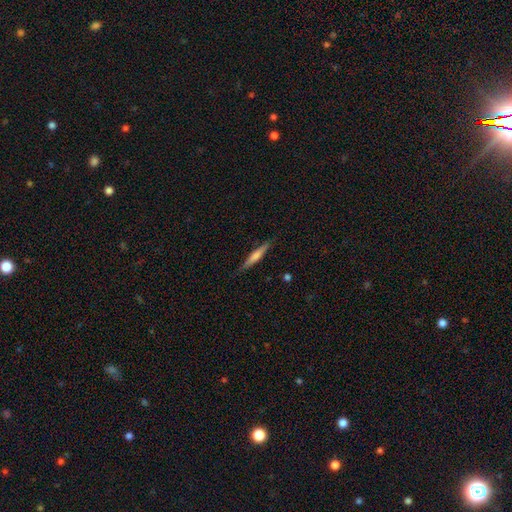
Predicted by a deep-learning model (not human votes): Smooth or featured? Predicted: smooth (p=0.48). Merging? Predicted: none (p=0.87).